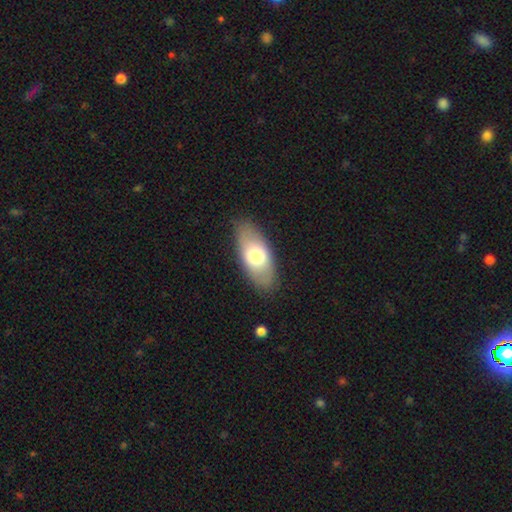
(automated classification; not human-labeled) Morphology: type=smooth (68%); roundness=in between (89%); merging=none (84%).